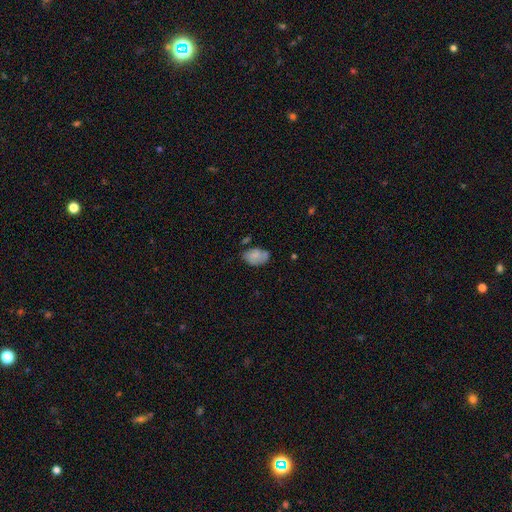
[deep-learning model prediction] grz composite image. It shows a smooth galaxy with no disk features (72%) that is in between round and cigar-shaped (86%). Merging: none (51%).